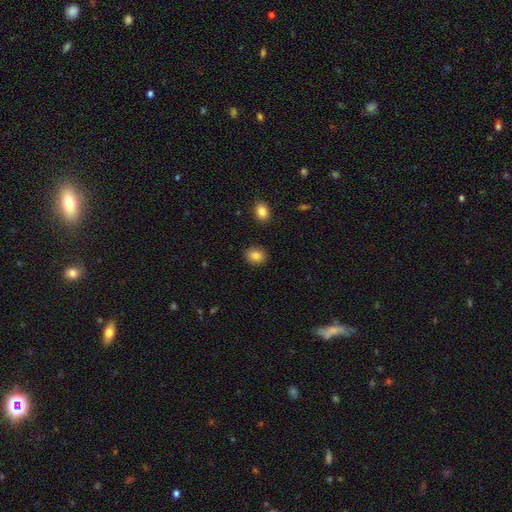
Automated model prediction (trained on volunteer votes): smooth-or-featured: smooth: 85% | star or artifact: 9% | featured or disk: 6%
  how-rounded: round: 59% | in between: 40% | cigar-shaped: 1%
  merging: none: 89% | minor disturbance: 8% | major disturbance: 2% | merger: 2%